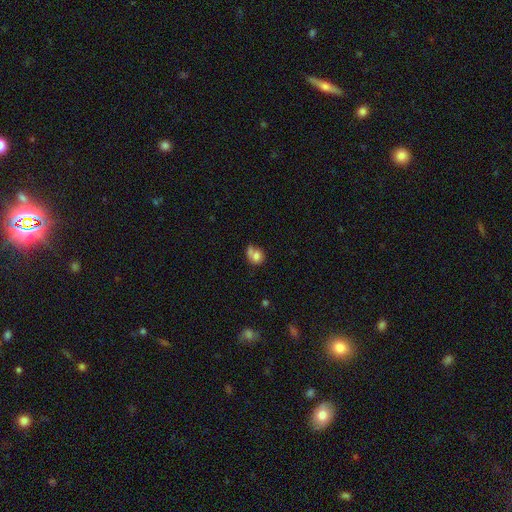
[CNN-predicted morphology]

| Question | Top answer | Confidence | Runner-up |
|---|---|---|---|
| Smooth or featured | smooth | 74% | featured or disk (15%) |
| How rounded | round | 62% | in between (37%) |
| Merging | merger | 39% | none (33%) |